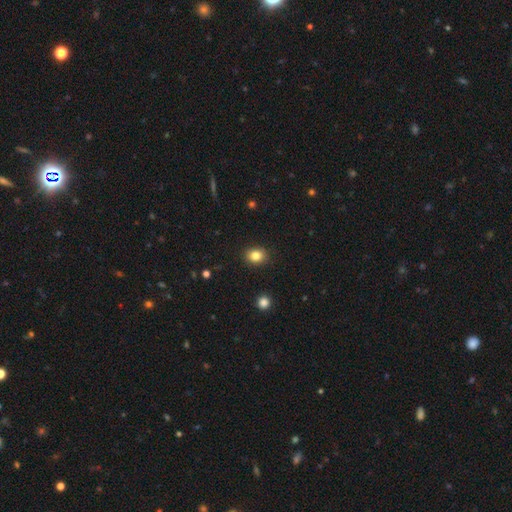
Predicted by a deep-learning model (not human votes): Smooth or featured?
  - smooth: 83% *
  - star or artifact: 11%
  - featured or disk: 6%
How rounded?
  - round: 53% *
  - in between: 46%
  - cigar-shaped: 1%
Merging?
  - none: 90% *
  - minor disturbance: 7%
  - major disturbance: 2%
  - merger: 1%